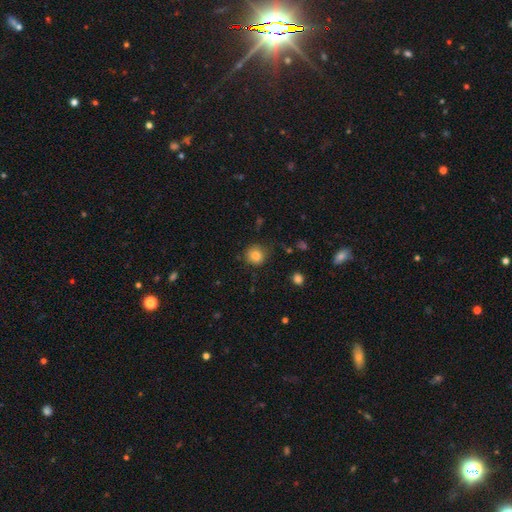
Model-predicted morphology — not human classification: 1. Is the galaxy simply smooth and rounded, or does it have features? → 84% smooth, 11% star or artifact, 5% featured or disk.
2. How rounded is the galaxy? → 89% round, 10% in between, 1% cigar-shaped.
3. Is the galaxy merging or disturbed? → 79% none, 15% minor disturbance, 4% major disturbance, 2% merger.